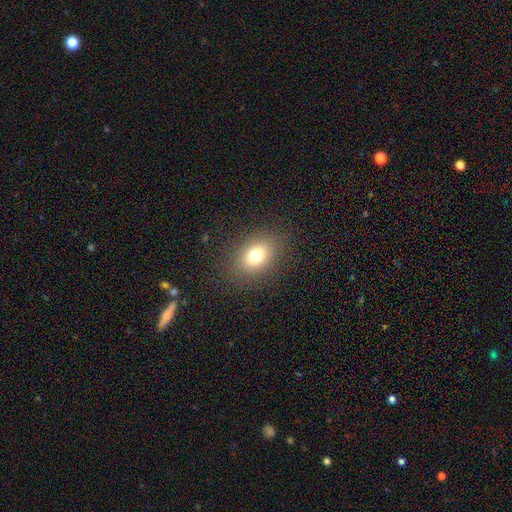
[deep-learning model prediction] A smooth galaxy with no disk features (75%) that is in between round and cigar-shaped (69%).

Vote fractions:
- Smooth or featured? smooth: 75% / star or artifact: 13% / featured or disk: 12%
- How rounded? in between: 69% / round: 29% / cigar-shaped: 2%
- Merging? none: 85% / minor disturbance: 10% / major disturbance: 5% / merger: 1%